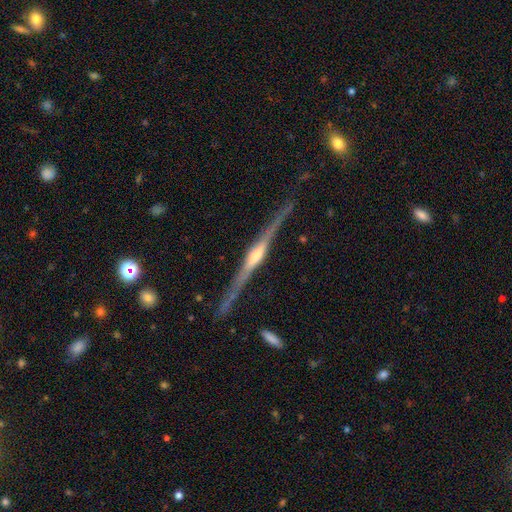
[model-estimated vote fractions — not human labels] Q: Smooth or featured?
A: featured or disk (87%); runner-up: smooth (8%)
Q: Edge-on disk?
A: yes (98%); runner-up: no (2%)
Q: Edge-on bulge?
A: rounded (79%); runner-up: boxy (13%)
Q: Merging?
A: none (85%); runner-up: minor disturbance (12%)